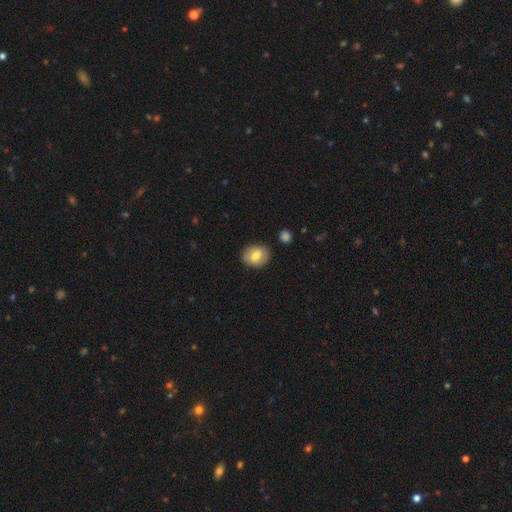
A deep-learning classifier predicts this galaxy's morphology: A smooth galaxy with no disk features (72%) that is in between round and cigar-shaped (52%).

Vote fractions:
- Smooth or featured? smooth: 72% / featured or disk: 21% / star or artifact: 8%
- How rounded? in between: 52% / round: 47% / cigar-shaped: 1%
- Merging? none: 84% / minor disturbance: 11% / major disturbance: 2% / merger: 2%